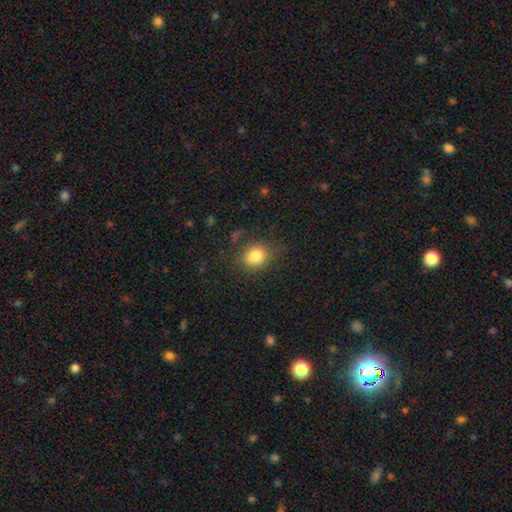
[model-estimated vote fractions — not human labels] The model was most divided on "how rounded": round: 60%, in between: 39%, cigar-shaped: 1%. More confident: smooth or featured — smooth (81%); merging — none (72%).